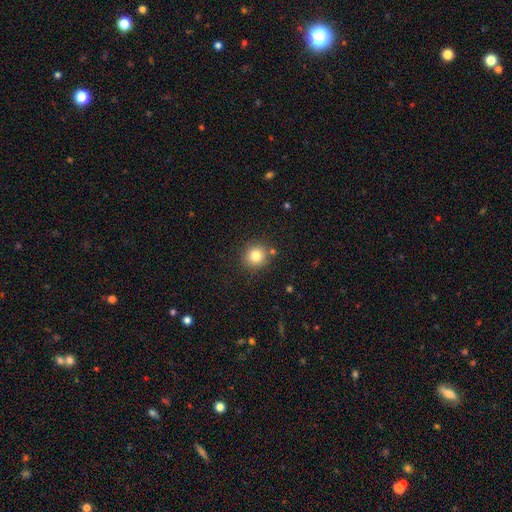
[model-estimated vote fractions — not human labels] Overall: smooth (81%). How rounded: round (90%). Merging: none (86%).